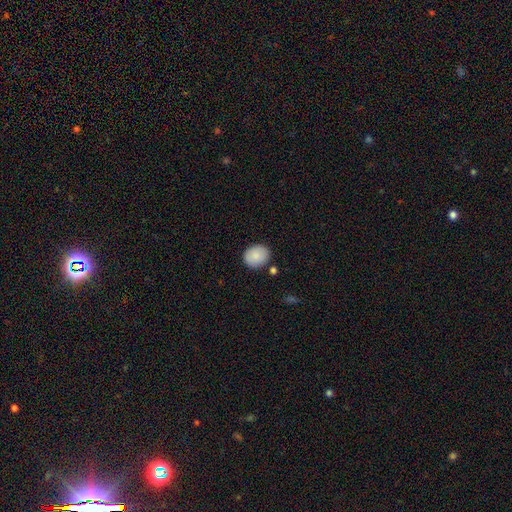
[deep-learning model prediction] This is clearly a smooth galaxy (87%). How rounded: possibly round (57%). Merging: clearly none (83%).